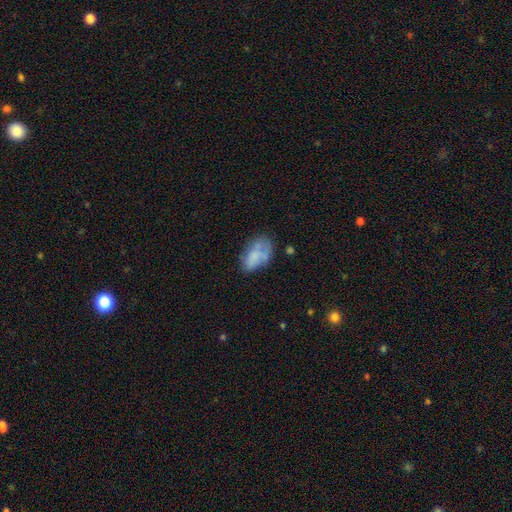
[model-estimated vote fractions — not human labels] smooth-or-featured: smooth: 60% | featured or disk: 31% | star or artifact: 9%
  how-rounded: in between: 92% | round: 6% | cigar-shaped: 2%
  merging: none: 43% | minor disturbance: 29% | major disturbance: 19% | merger: 9%